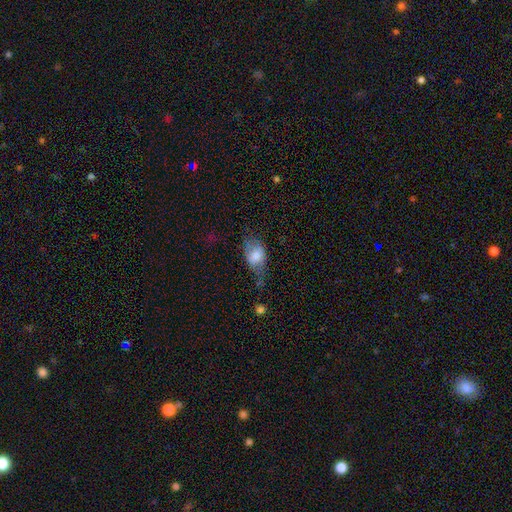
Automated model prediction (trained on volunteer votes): Q: Smooth or featured?
A: smooth (69%); runner-up: featured or disk (23%)
Q: How rounded?
A: in between (85%); runner-up: round (12%)
Q: Merging?
A: none (39%); runner-up: minor disturbance (35%)